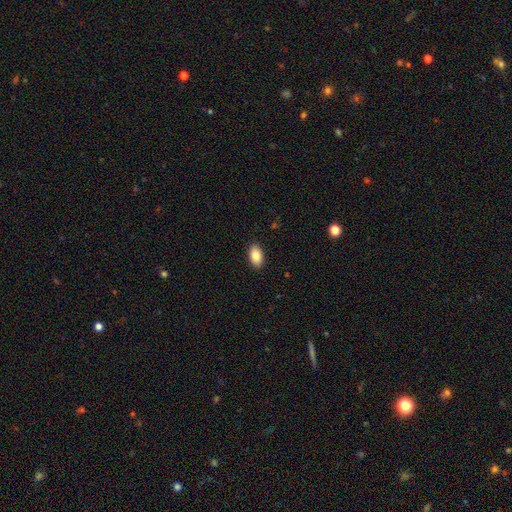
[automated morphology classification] smooth 84%, featured or disk 9%, star or artifact 7%. Down the decision tree: how rounded — in between (92%); merging — none (90%).